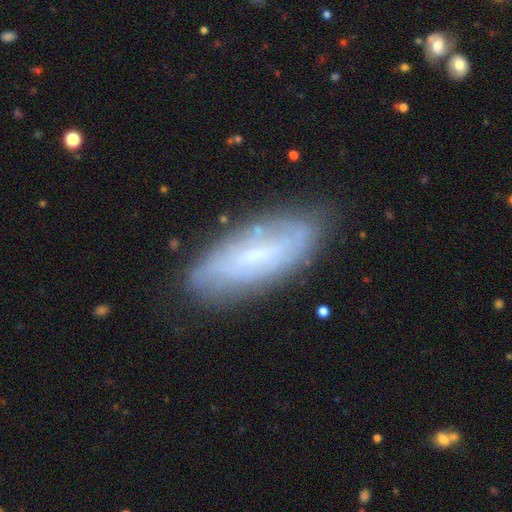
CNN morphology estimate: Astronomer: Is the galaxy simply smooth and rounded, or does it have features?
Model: featured or disk — 53% (runner-up: smooth, 39%).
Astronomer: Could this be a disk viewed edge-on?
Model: no — 81%.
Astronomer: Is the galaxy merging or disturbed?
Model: none — 78%.